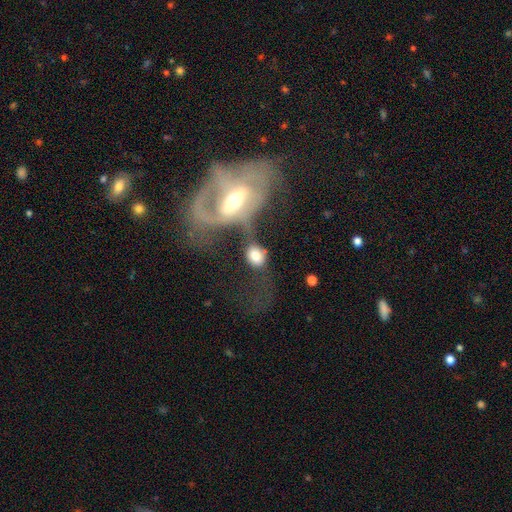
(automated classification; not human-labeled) smooth 62%, featured or disk 30%, star or artifact 8%. Down the decision tree: how rounded — in between (55%); merging — merger (52%).